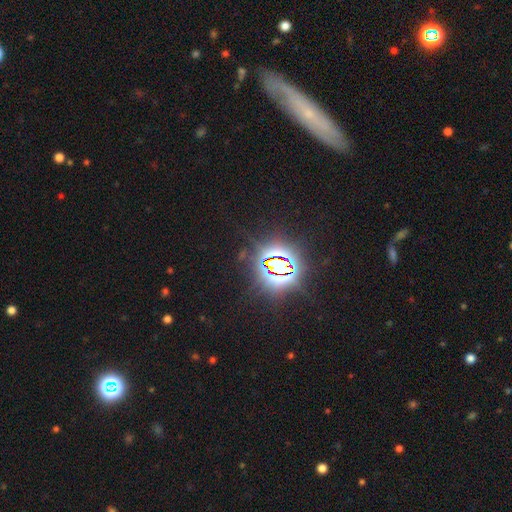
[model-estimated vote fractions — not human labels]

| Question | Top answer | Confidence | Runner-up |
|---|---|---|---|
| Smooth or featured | star or artifact | 75% | smooth (14%) |